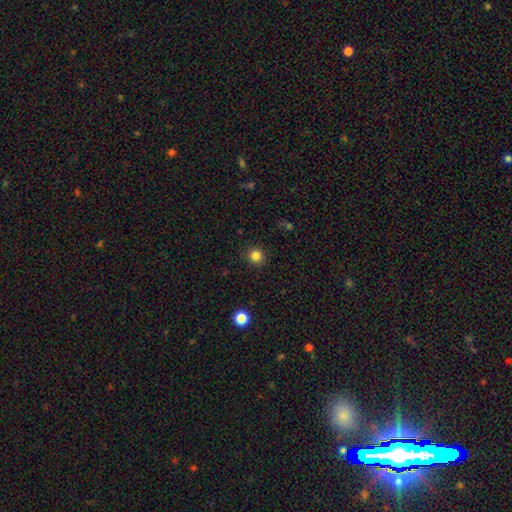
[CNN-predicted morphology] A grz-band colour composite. It shows a smooth galaxy with no disk features (84%) that is round (93%). Merging: none (90%).